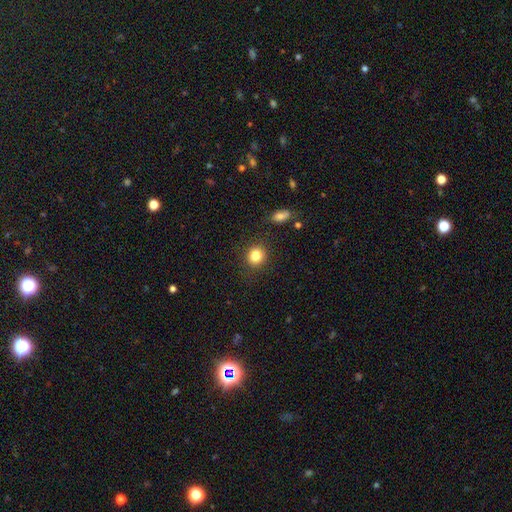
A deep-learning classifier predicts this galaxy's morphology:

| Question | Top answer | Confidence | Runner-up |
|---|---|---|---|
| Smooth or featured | smooth | 82% | star or artifact (11%) |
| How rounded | round | 83% | in between (16%) |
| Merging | none | 88% | minor disturbance (8%) |